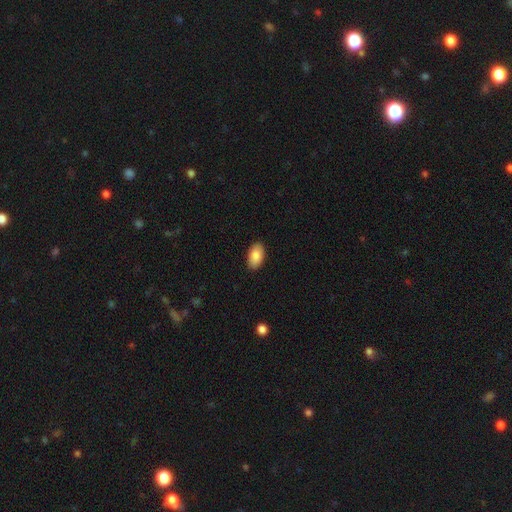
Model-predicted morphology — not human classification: smooth-or-featured: smooth: 88% | star or artifact: 6% | featured or disk: 6%
  how-rounded: in between: 95% | round: 3% | cigar-shaped: 2%
  merging: none: 90% | minor disturbance: 8% | major disturbance: 2% | merger: 1%